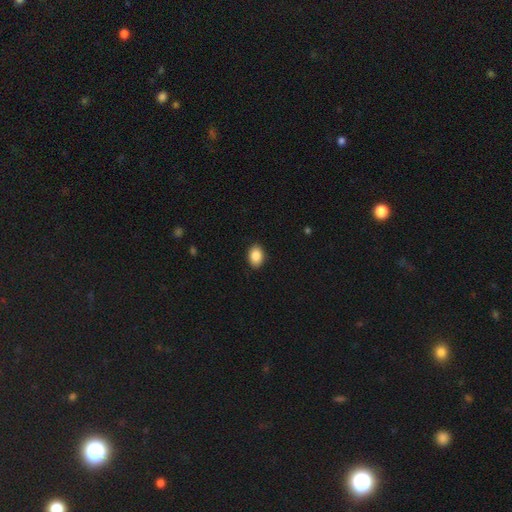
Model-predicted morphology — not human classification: This appears to be a smooth galaxy with no disk features (87%) that is in between round and cigar-shaped (81%). Merging: none (90%).